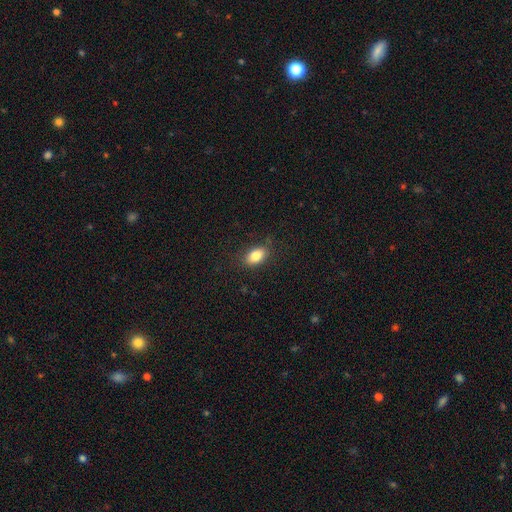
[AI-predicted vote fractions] This is clearly a smooth galaxy (84%). How rounded: clearly in between (88%). Merging: clearly none (81%).